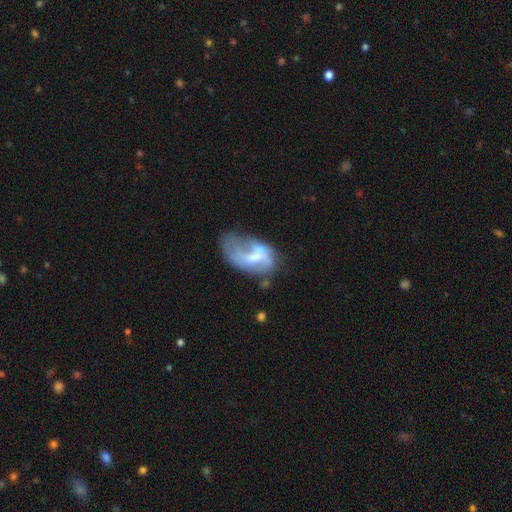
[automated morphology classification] Q: Smooth or featured?
A: featured or disk (58%); runner-up: smooth (33%)
Q: Edge-on disk?
A: no (96%); runner-up: yes (4%)
Q: Bar?
A: no (46%); runner-up: weak (41%)
Q: Spiral arms?
A: yes (53%); runner-up: no (47%)
Q: Bulge size?
A: small (34%); runner-up: none (32%)
Q: Merging?
A: major disturbance (38%); runner-up: none (28%)